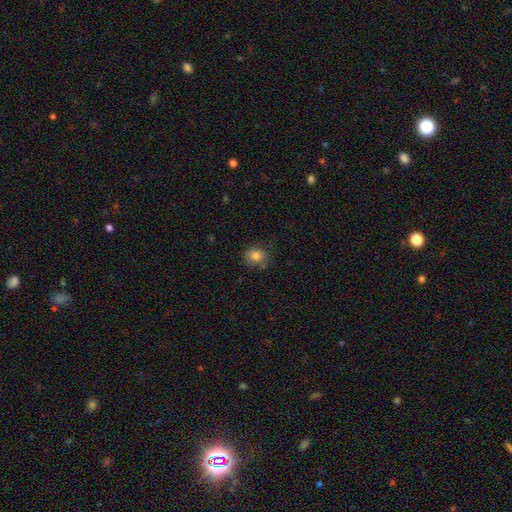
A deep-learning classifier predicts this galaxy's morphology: type=smooth (81%); roundness=round (60%); merging=none (68%).